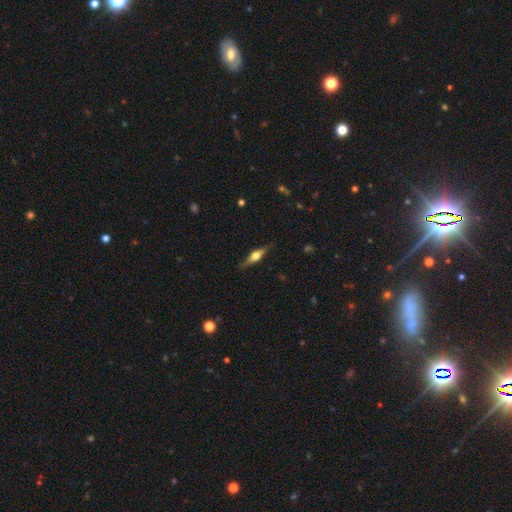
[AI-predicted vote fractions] Overall: featured or disk (73%). Edge-on disk: yes (97%). Edge-on bulge: rounded (92%). Merging: none (87%).